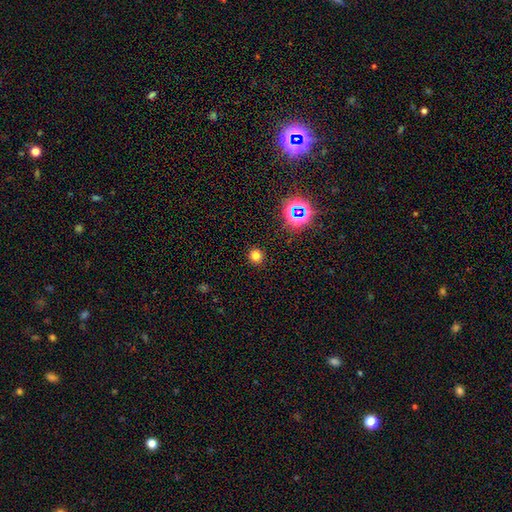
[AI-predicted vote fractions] Morphology: type=smooth (74%); roundness=round (92%); merging=none (90%).